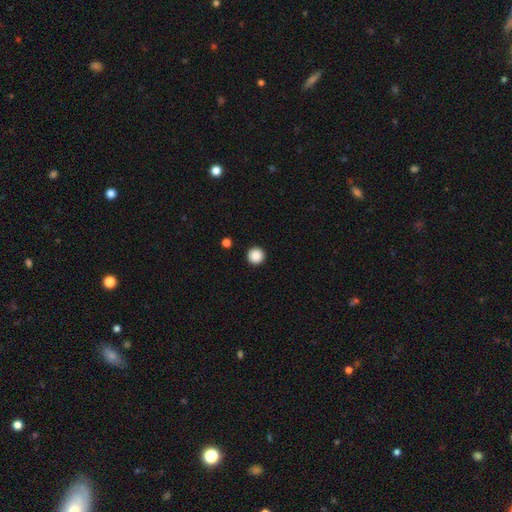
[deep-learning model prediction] Morphology: type=smooth (88%); roundness=round (97%); merging=none (93%).